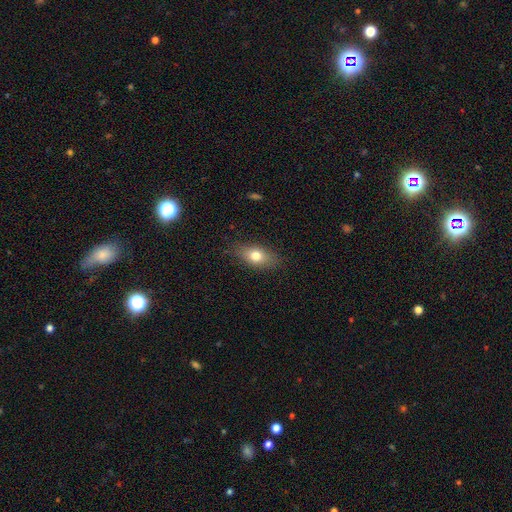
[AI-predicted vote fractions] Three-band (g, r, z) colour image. It shows a smooth galaxy with no disk features (74%) that is in between round and cigar-shaped (79%). Merging: none (83%).